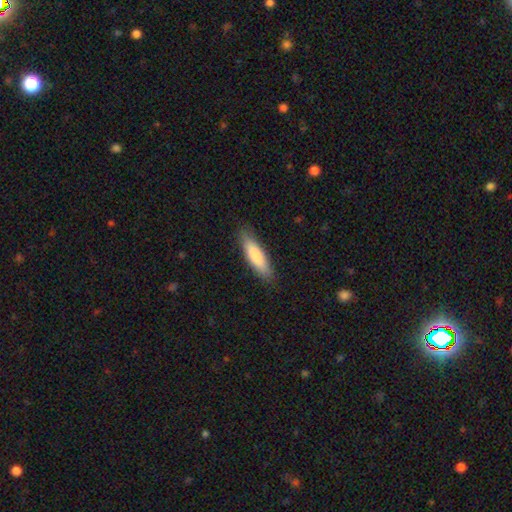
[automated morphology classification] smooth 82%, featured or disk 13%, star or artifact 5%. Down the decision tree: how rounded — cigar-shaped (64%); merging — none (85%).